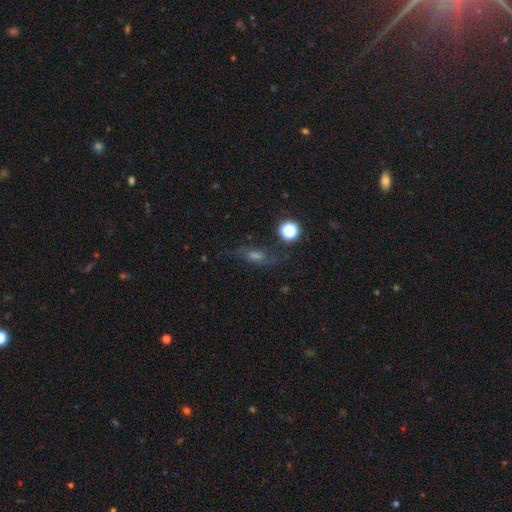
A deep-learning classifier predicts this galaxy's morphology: A featured or disk galaxy (48%).

Vote fractions:
- Smooth or featured? featured or disk: 48% / smooth: 27% / star or artifact: 25%
- Merging? none: 68% / minor disturbance: 16% / major disturbance: 11% / merger: 4%